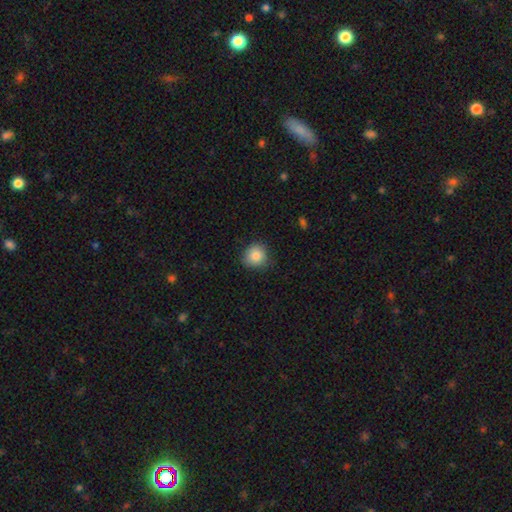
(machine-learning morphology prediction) smooth-or-featured: smooth: 86% | star or artifact: 9% | featured or disk: 5%
  how-rounded: round: 90% | in between: 9% | cigar-shaped: 1%
  merging: none: 84% | minor disturbance: 13% | major disturbance: 2% | merger: 1%